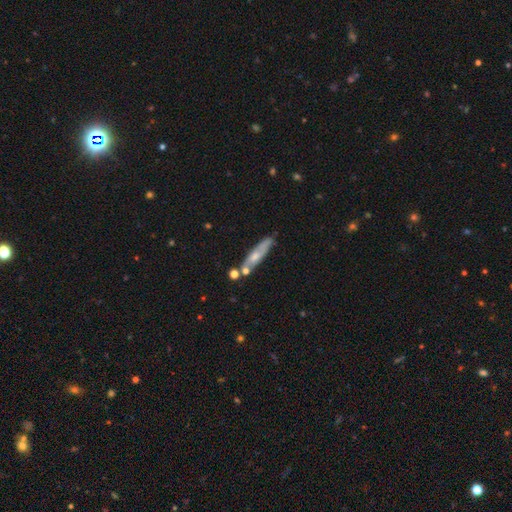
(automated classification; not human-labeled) Smooth or featured? Predicted: featured or disk (p=0.53). Edge-on disk? Predicted: yes (p=0.57). Merging? Predicted: none (p=0.64).